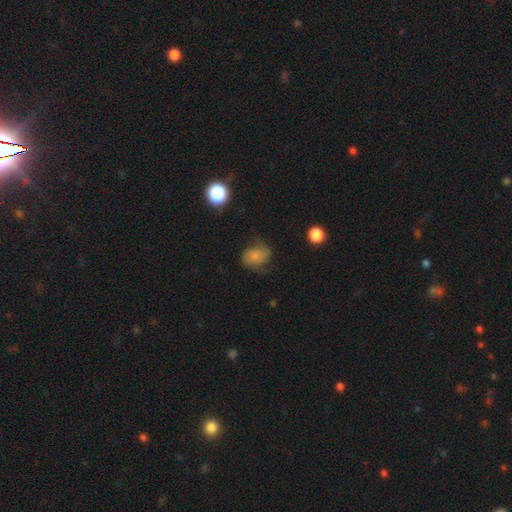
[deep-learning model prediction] A smooth galaxy with no disk features (62%) that is in between round and cigar-shaped (58%). Merging: none (60%).